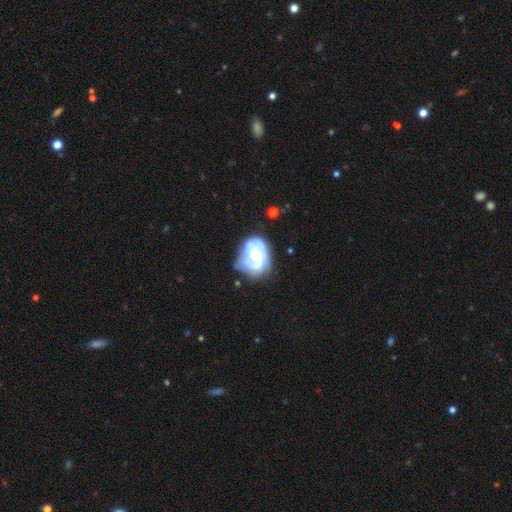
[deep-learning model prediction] This appears to be a featured or disk galaxy (74%) with no bar (71%), 2 (41%) tight (50%) spiral arms (83%) and a moderate central bulge (52%). Merging: none (52%).